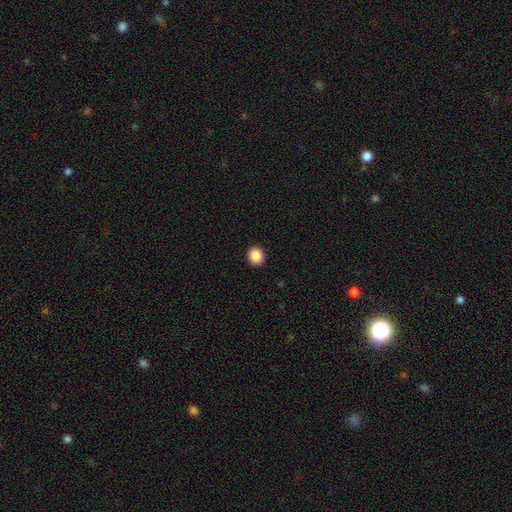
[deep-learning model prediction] Smooth or featured: smooth — 88% (star or artifact — 9%)
How rounded: round — 86% (in between — 13%)
Merging: none — 93% (minor disturbance — 5%)